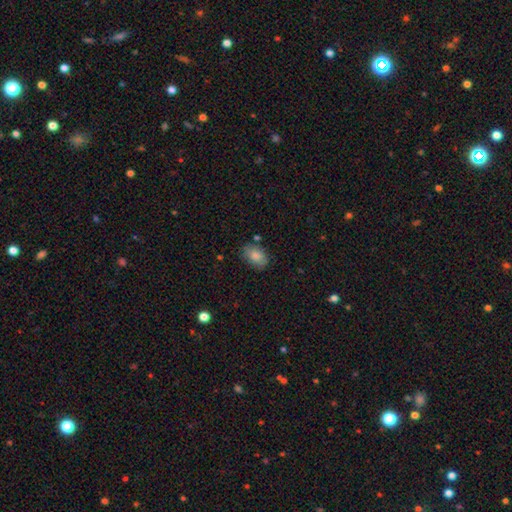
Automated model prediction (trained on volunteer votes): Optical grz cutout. It shows a smooth galaxy with no disk features (83%) that is in between round and cigar-shaped (84%). Merging: none (75%).